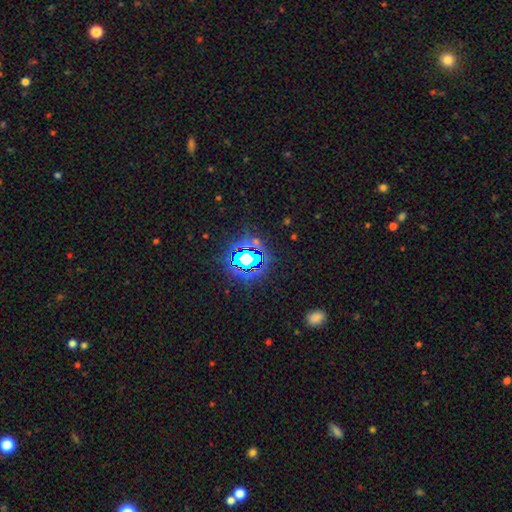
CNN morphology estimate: Smooth or featured? Predicted: star or artifact (p=0.72).